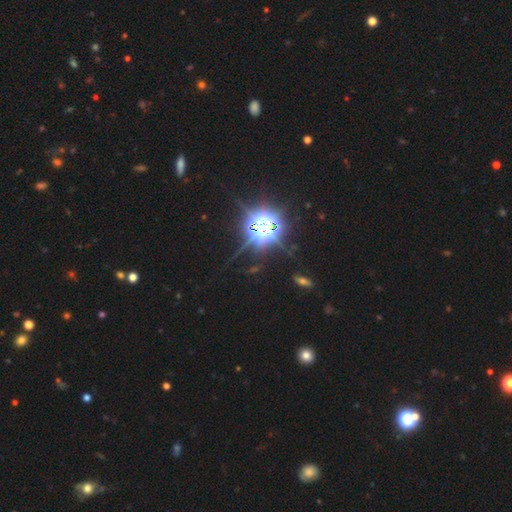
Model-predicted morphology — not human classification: Smooth or featured? star or artifact (83%)